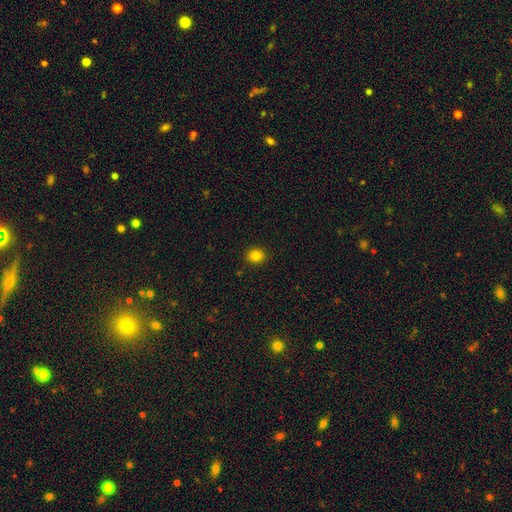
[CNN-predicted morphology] smooth 83%, star or artifact 12%, featured or disk 5%. Down the decision tree: how rounded — round (71%); merging — none (90%).